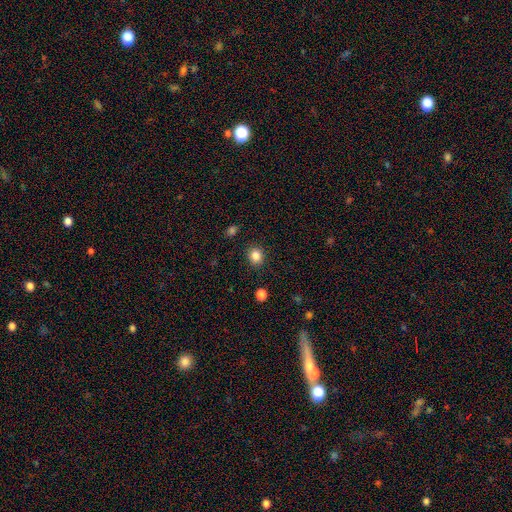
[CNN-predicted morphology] smooth_or_featured: smooth (p=0.85) [alt: star or artifact p=0.11]
how_rounded: round (p=0.75) [alt: in between p=0.24]
merging: none (p=0.89) [alt: minor disturbance p=0.07]